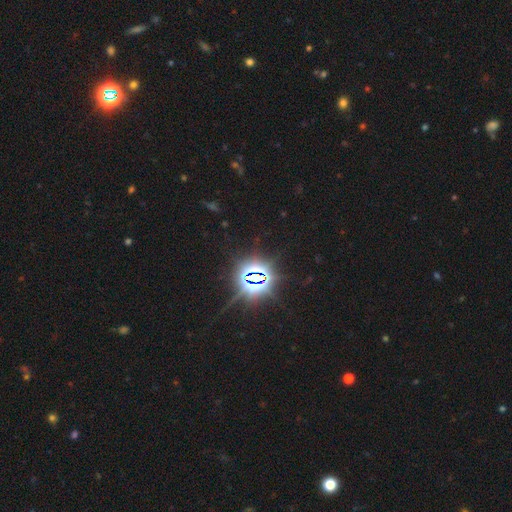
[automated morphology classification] This appears to be a star or artifact, not a galaxy (84%).